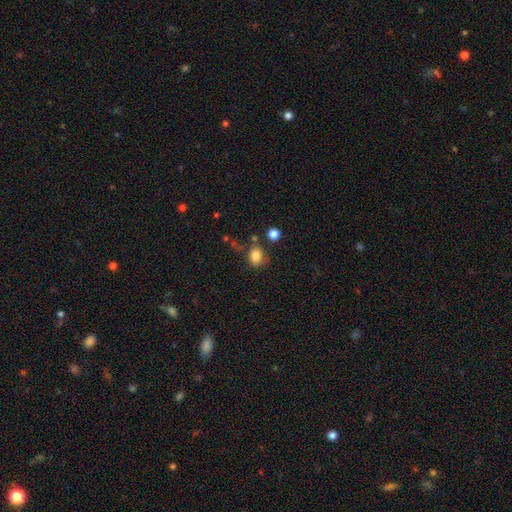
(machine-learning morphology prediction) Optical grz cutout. It shows a smooth galaxy with no disk features (82%) that is round (59%). Merging: none (72%).